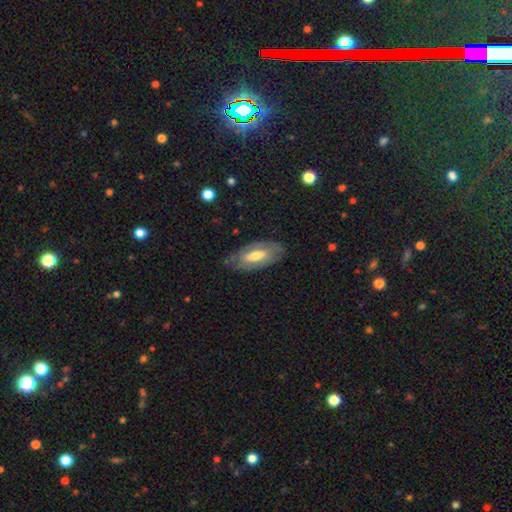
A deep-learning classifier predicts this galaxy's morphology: Smooth or featured?
  - featured or disk: 53% *
  - smooth: 42%
  - star or artifact: 6%
Edge-on disk?
  - no: 83% *
  - yes: 17%
Merging?
  - none: 76% *
  - minor disturbance: 17%
  - major disturbance: 6%
  - merger: 1%